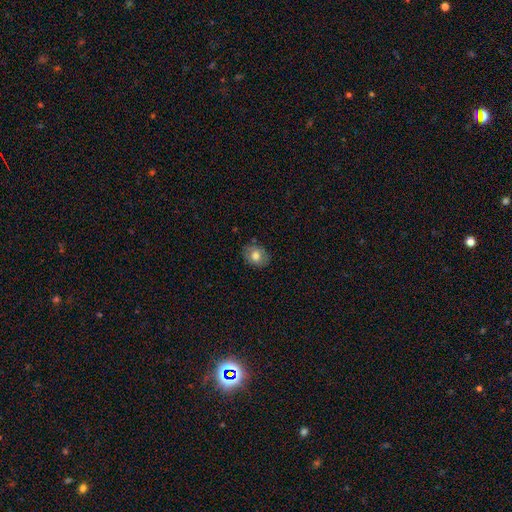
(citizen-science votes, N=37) smooth 70%, featured or disk 22%, star or artifact 8%. Down the decision tree: how rounded — round (54%); merging — none (79%).